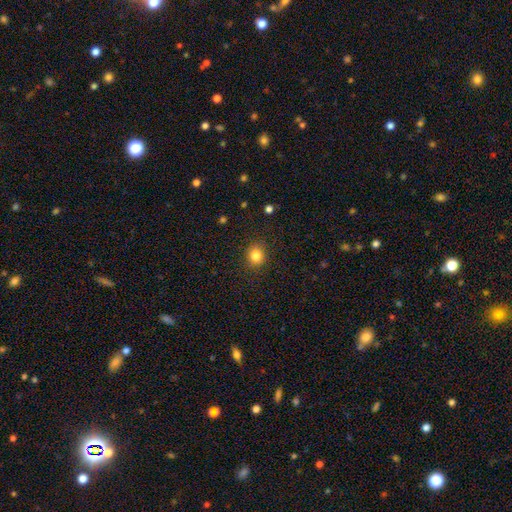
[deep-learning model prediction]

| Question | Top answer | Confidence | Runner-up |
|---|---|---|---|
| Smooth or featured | smooth | 83% | star or artifact (11%) |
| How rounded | round | 77% | in between (22%) |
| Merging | none | 88% | minor disturbance (8%) |